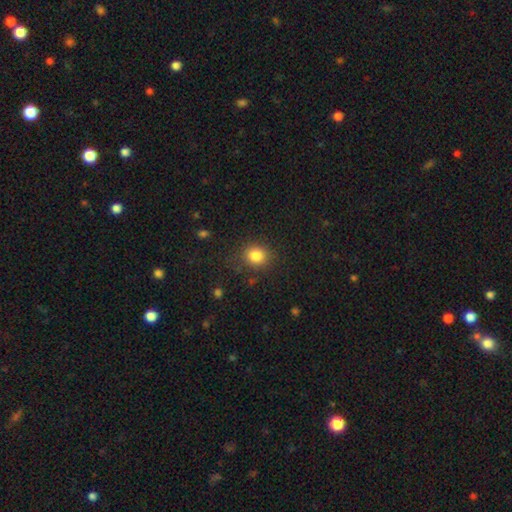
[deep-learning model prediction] smooth_or_featured: smooth (p=0.84) [alt: star or artifact p=0.11]
how_rounded: round (p=0.78) [alt: in between p=0.21]
merging: none (p=0.83) [alt: minor disturbance p=0.11]